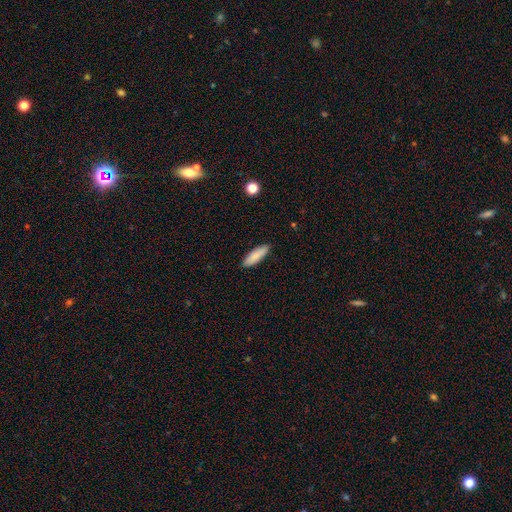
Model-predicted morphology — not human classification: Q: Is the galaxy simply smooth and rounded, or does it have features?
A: smooth — 86%.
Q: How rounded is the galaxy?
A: cigar-shaped — 54%.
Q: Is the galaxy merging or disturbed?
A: none — 89%.